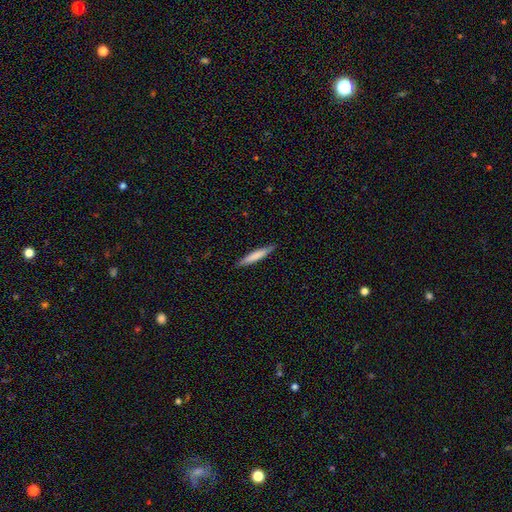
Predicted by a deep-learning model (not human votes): A smooth galaxy with no disk features (75%) that is cigar-shaped (92%).

Vote fractions:
- Smooth or featured? smooth: 75% / featured or disk: 20% / star or artifact: 5%
- How rounded? cigar-shaped: 92% / in between: 7% / round: 1%
- Merging? none: 89% / minor disturbance: 8% / major disturbance: 2% / merger: 1%